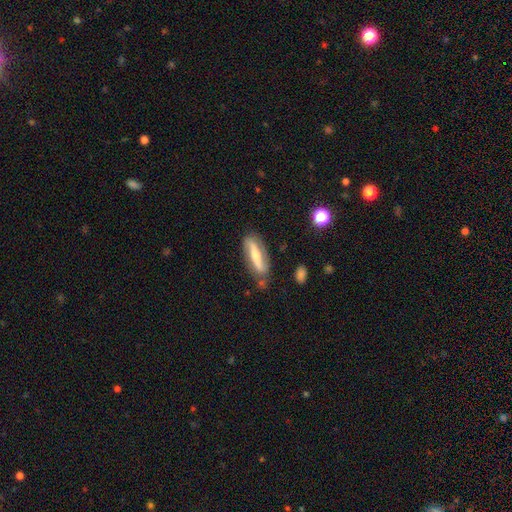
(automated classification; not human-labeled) smooth-or-featured: featured or disk: 61% | smooth: 33% | star or artifact: 6%
  disk-edge-on: no: 63% | yes: 37%
  merging: none: 75% | minor disturbance: 17% | major disturbance: 5% | merger: 3%